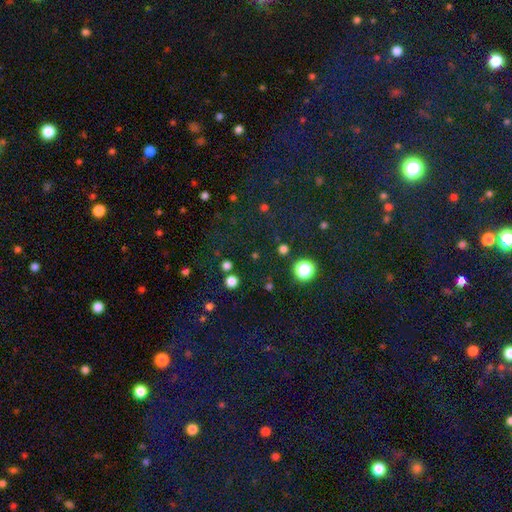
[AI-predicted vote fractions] This is possibly a star or artifact rather than a galaxy (54%).